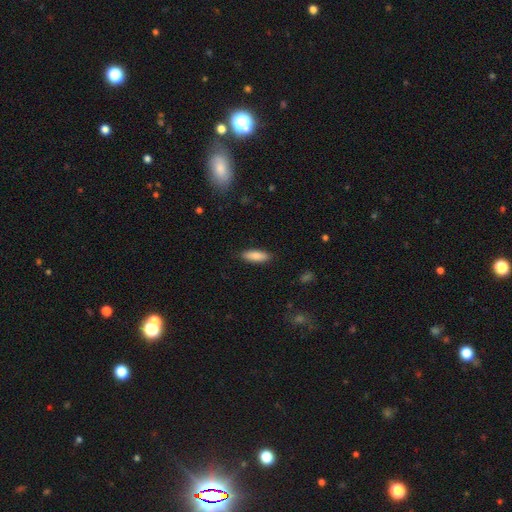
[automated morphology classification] Smooth or featured? smooth (85%)
How rounded? in between (63%)
Merging? none (88%)